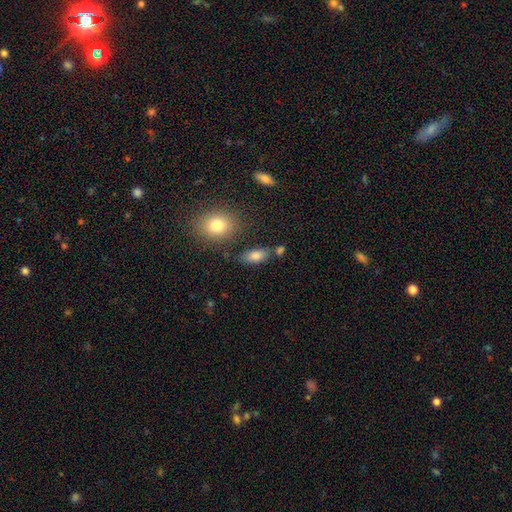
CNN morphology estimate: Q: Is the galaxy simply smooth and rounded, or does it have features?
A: smooth — 82%.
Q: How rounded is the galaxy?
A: in between — 86%.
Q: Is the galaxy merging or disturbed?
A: none — 70%.